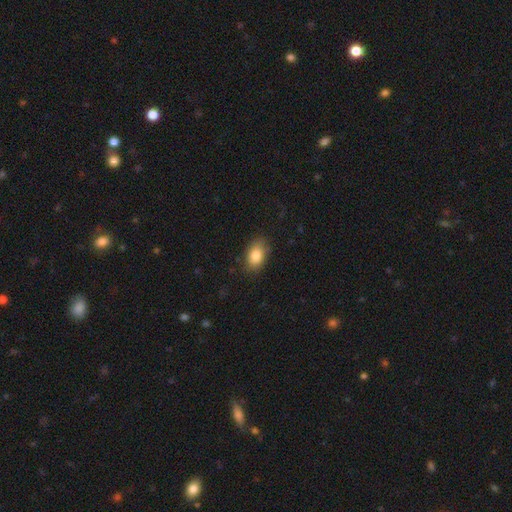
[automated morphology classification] type=smooth (84%); roundness=in between (86%); merging=none (80%).